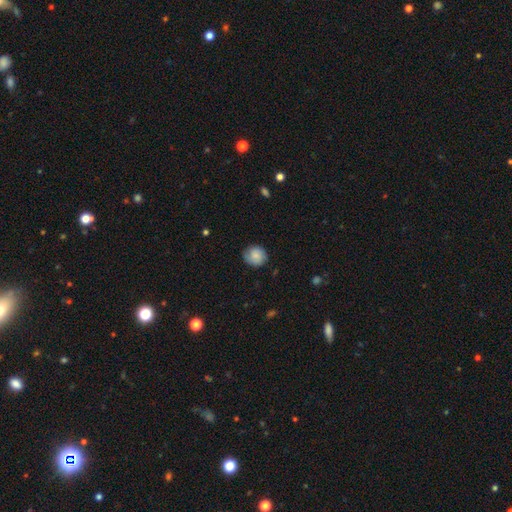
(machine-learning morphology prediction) Smooth or featured? smooth (78%)
How rounded? round (84%)
Merging? none (77%)